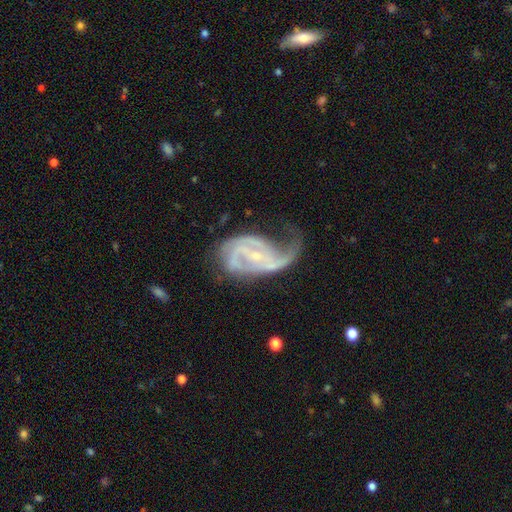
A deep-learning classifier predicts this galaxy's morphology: Smooth or featured?
  - featured or disk: 88% *
  - smooth: 6%
  - star or artifact: 6%
Edge-on disk?
  - no: 97% *
  - yes: 3%
Bar?
  - weak: 41% *
  - no: 40%
  - strong: 19%
Spiral arms?
  - yes: 95% *
  - no: 5%
Spiral winding?
  - medium: 45% *
  - tight: 31%
  - loose: 24%
Spiral arm count?
  - 2: 51% *
  - 3: 18%
  - can't tell: 13%
  - 1: 11%
  - 4: 4%
  - more than 4: 4%
Bulge size?
  - small: 76% *
  - moderate: 17%
  - none: 4%
  - large: 1%
  - dominant: 1%
Merging?
  - major disturbance: 38% *
  - none: 34%
  - minor disturbance: 25%
  - merger: 4%